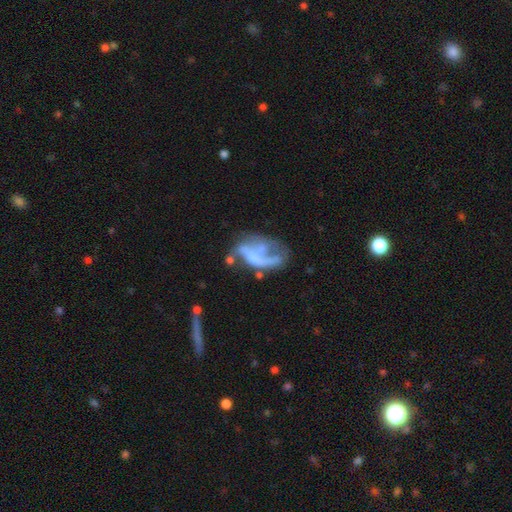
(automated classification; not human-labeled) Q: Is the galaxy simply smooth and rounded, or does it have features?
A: featured or disk — 63%.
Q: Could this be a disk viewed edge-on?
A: no — 97%.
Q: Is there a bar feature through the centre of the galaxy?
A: no — 75%.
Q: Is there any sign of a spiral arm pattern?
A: no — 60%.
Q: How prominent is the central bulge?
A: none — 64%.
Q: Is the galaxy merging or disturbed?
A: major disturbance — 38%.